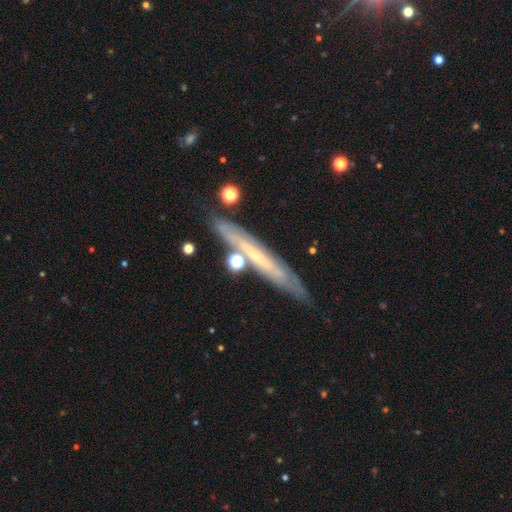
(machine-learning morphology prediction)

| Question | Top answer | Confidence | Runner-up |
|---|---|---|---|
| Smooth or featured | featured or disk | 62% | smooth (29%) |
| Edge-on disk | yes | 78% | no (22%) |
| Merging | none | 77% | minor disturbance (14%) |